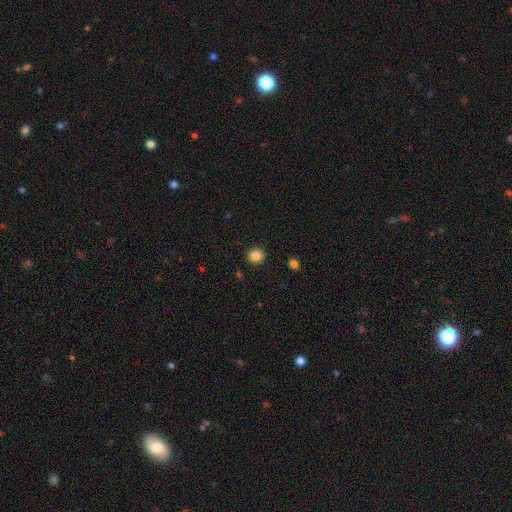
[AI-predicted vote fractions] Morphology: type=smooth (85%); roundness=round (91%); merging=none (92%).